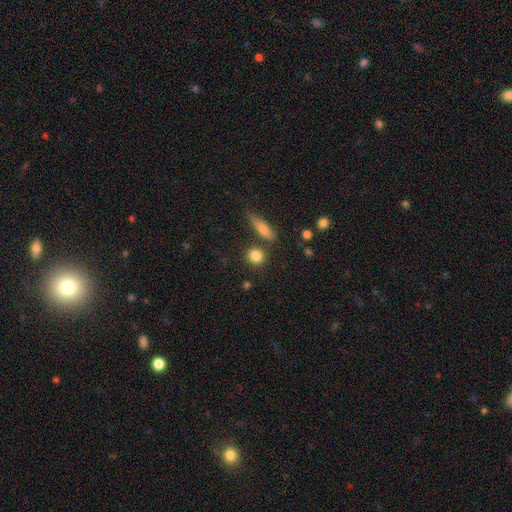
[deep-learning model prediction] smooth_or_featured: smooth (p=0.84) [alt: star or artifact p=0.09]
how_rounded: round (p=0.77) [alt: in between p=0.17]
merging: none (p=0.78) [alt: minor disturbance p=0.10]